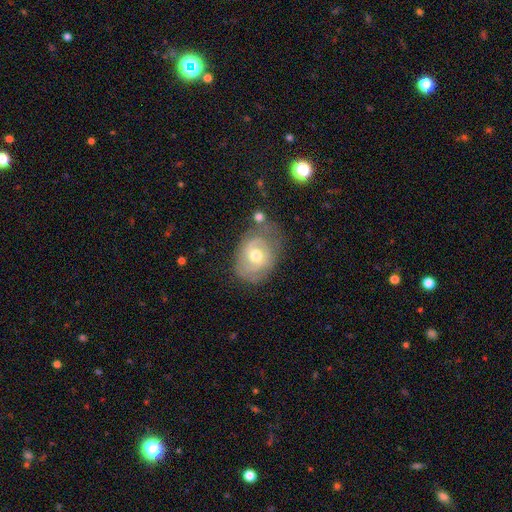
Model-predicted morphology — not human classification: Smooth or featured? featured or disk (59%)
Edge-on disk? no (95%)
Bar? no (56%)
Spiral arms? yes (70%)
Bulge size? moderate (76%)
Merging? none (51%)